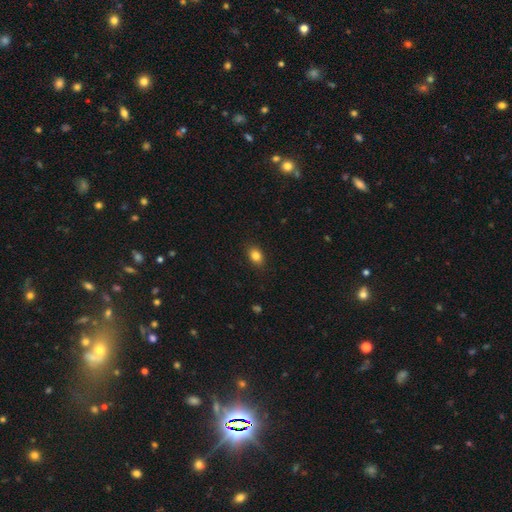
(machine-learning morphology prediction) smooth_or_featured: smooth (p=0.84) [alt: star or artifact p=0.10]
how_rounded: in between (p=0.71) [alt: round p=0.27]
merging: none (p=0.88) [alt: minor disturbance p=0.09]